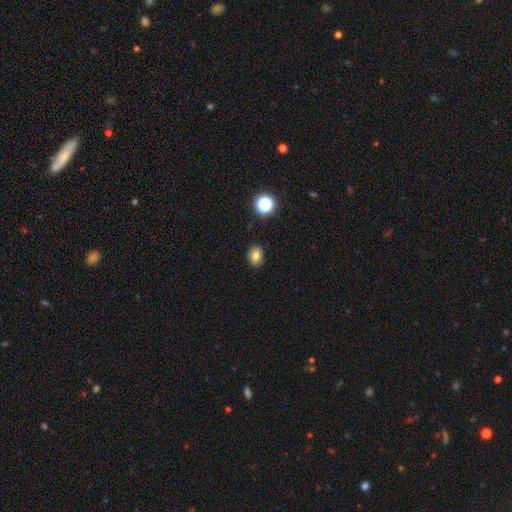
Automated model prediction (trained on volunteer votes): smooth 78%, star or artifact 13%, featured or disk 9%. Down the decision tree: how rounded — in between (58%); merging — none (87%).